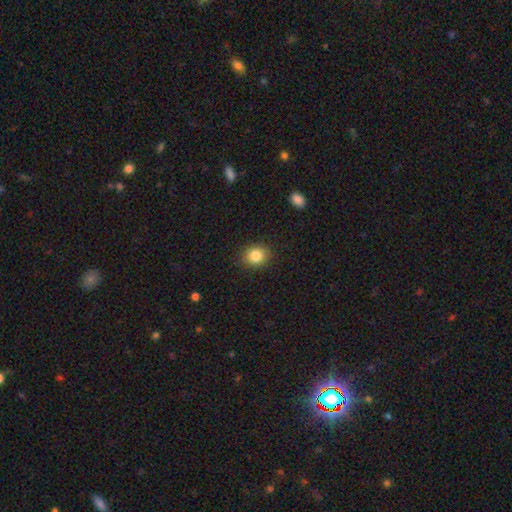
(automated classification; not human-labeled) This appears to be a smooth galaxy with no disk features (84%) that is round (75%). Merging: none (90%).